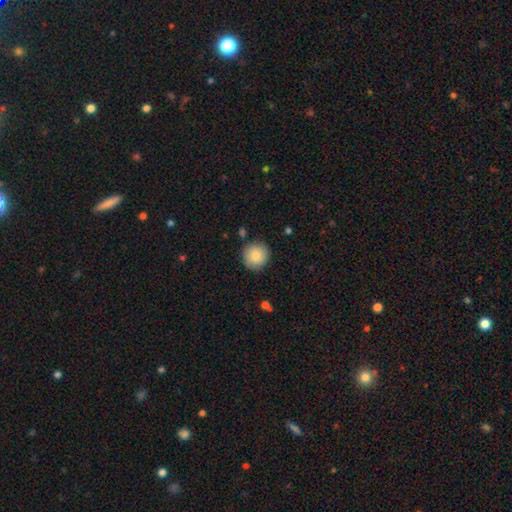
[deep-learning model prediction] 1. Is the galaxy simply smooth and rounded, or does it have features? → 84% smooth, 8% featured or disk, 8% star or artifact.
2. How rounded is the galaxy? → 95% round, 4% in between, 1% cigar-shaped.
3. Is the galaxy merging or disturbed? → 88% none, 8% minor disturbance, 2% major disturbance, 2% merger.